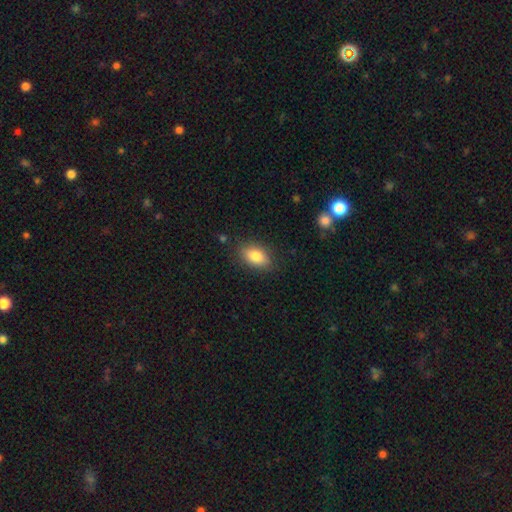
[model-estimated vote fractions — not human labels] Morphology: type=smooth (82%); roundness=in between (87%); merging=none (84%).